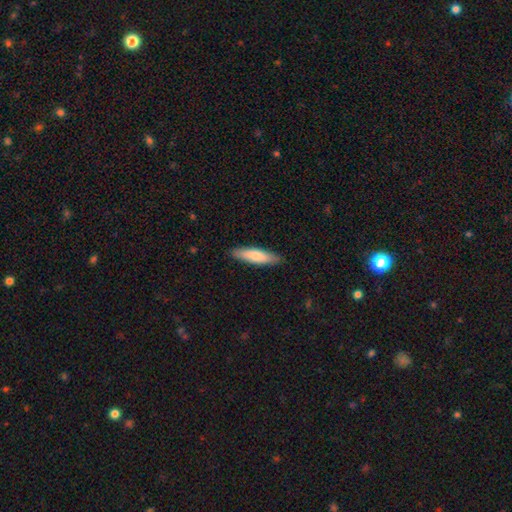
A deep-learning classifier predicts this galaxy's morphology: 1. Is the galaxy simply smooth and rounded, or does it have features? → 77% smooth, 17% featured or disk, 5% star or artifact.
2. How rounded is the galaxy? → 71% cigar-shaped, 27% in between, 1% round.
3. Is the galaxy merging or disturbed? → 89% none, 8% minor disturbance, 2% major disturbance, 1% merger.